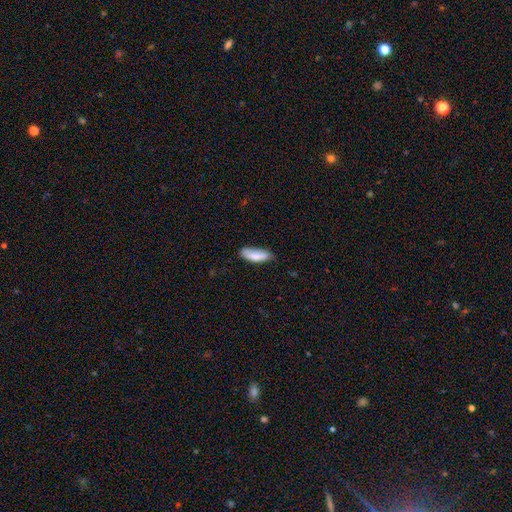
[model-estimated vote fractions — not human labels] The model was most divided on "how rounded": in between: 62%, cigar-shaped: 37%, round: 2%. More confident: smooth or featured — smooth (82%); merging — none (64%).